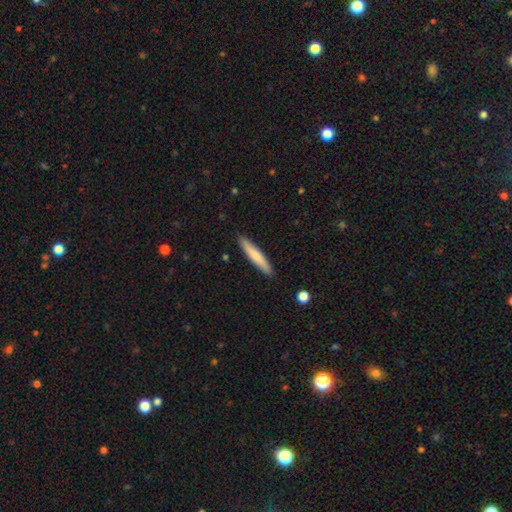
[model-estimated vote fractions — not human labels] Smooth or featured?
  - smooth: 73% *
  - featured or disk: 21%
  - star or artifact: 5%
How rounded?
  - cigar-shaped: 91% *
  - in between: 8%
  - round: 1%
Merging?
  - none: 90% *
  - minor disturbance: 8%
  - major disturbance: 2%
  - merger: 1%